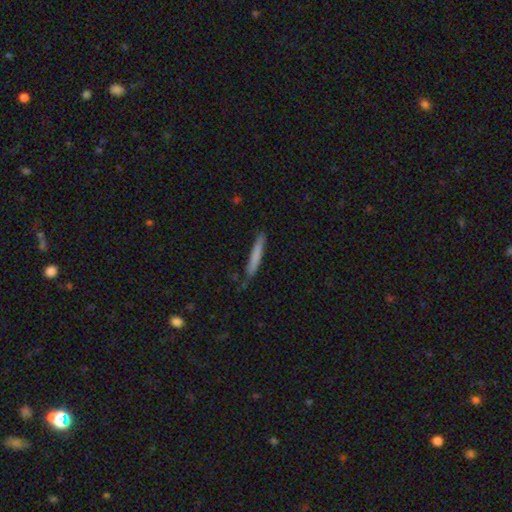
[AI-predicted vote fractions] The model was most divided on "smooth or featured": smooth: 75%, featured or disk: 20%, star or artifact: 6%. More confident: how rounded — cigar-shaped (96%); merging — none (81%).